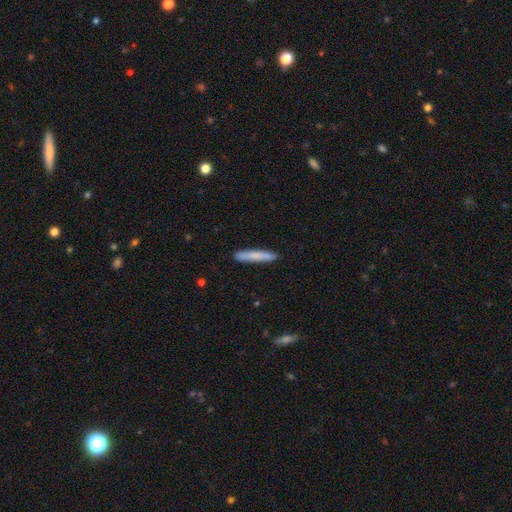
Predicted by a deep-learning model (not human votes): A smooth galaxy with no disk features (74%) that is cigar-shaped (94%). Merging: none (88%).